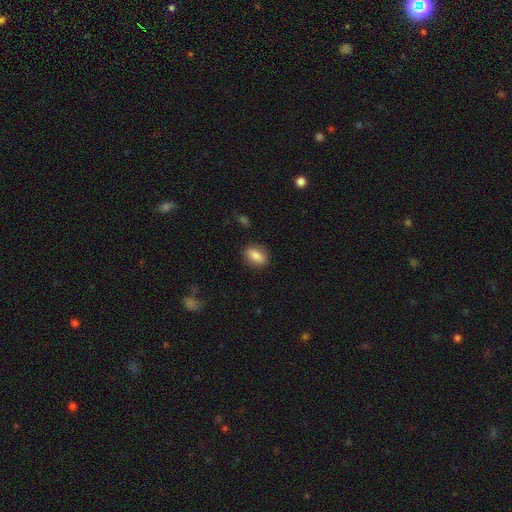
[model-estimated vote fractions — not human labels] Morphology: type=smooth (82%); roundness=in between (78%); merging=none (86%).